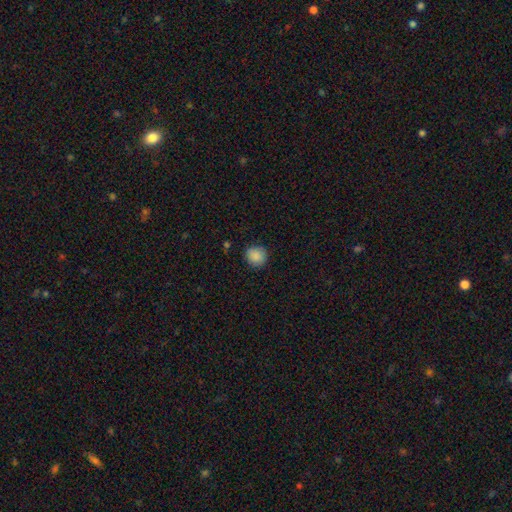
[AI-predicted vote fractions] Q: Smooth or featured?
A: smooth (88%); runner-up: star or artifact (9%)
Q: How rounded?
A: round (89%); runner-up: in between (10%)
Q: Merging?
A: none (87%); runner-up: minor disturbance (10%)